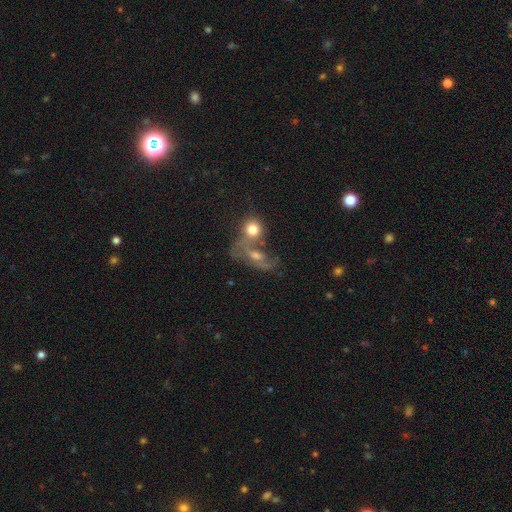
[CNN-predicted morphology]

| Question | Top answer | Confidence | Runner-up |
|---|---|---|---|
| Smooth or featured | featured or disk | 53% | smooth (31%) |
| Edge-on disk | no | 90% | yes (10%) |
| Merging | merger | 45% | none (29%) |